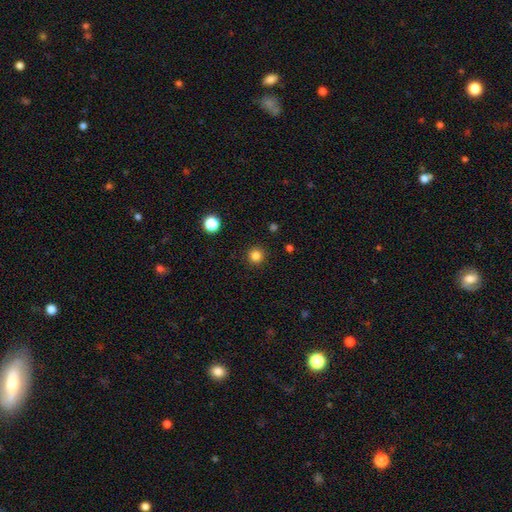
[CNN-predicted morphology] smooth_or_featured: smooth (p=0.83) [alt: star or artifact p=0.13]
how_rounded: round (p=0.95) [alt: in between p=0.04]
merging: none (p=0.92) [alt: minor disturbance p=0.05]